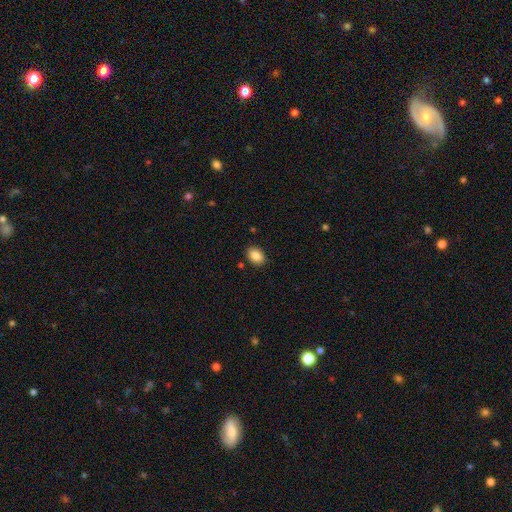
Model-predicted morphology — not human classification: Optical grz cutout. It shows a smooth galaxy with no disk features (86%) that is in between round and cigar-shaped (76%). Merging: none (87%).